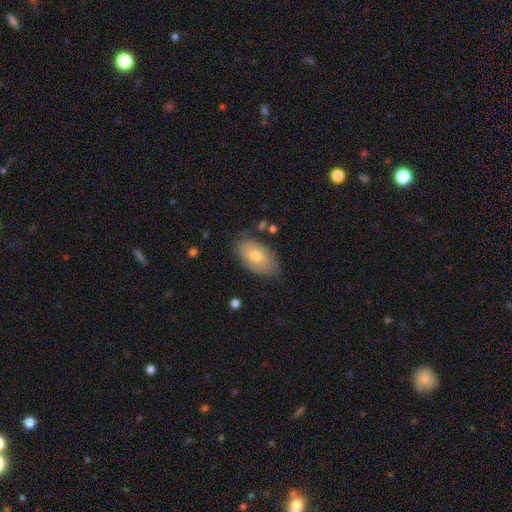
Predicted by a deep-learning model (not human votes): smooth 69%, featured or disk 24%, star or artifact 7%. Down the decision tree: how rounded — in between (94%); merging — none (77%).